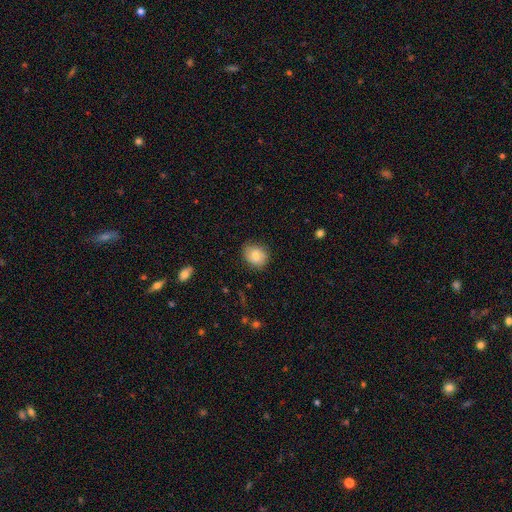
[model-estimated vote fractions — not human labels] Smooth or featured? Predicted: smooth (p=0.76). How rounded? Predicted: round (p=0.55). Merging? Predicted: none (p=0.75).